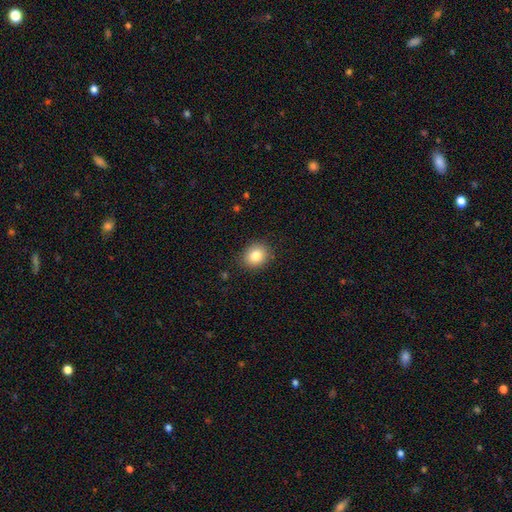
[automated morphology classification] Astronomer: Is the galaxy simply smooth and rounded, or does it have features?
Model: smooth — 83%.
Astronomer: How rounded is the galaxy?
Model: round — 71%.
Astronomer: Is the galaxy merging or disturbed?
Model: none — 88%.